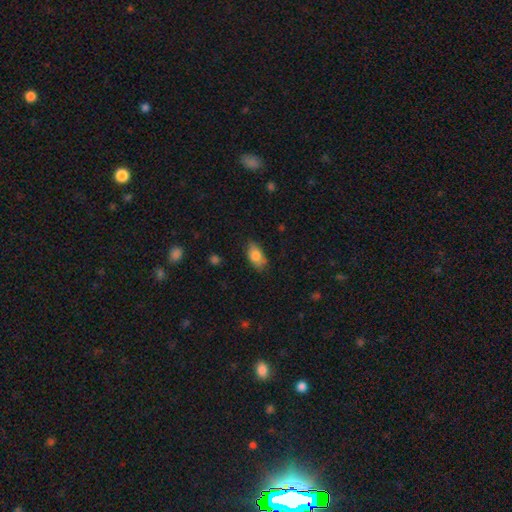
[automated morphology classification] Overall: smooth (81%). How rounded: in between (91%). Merging: none (75%).